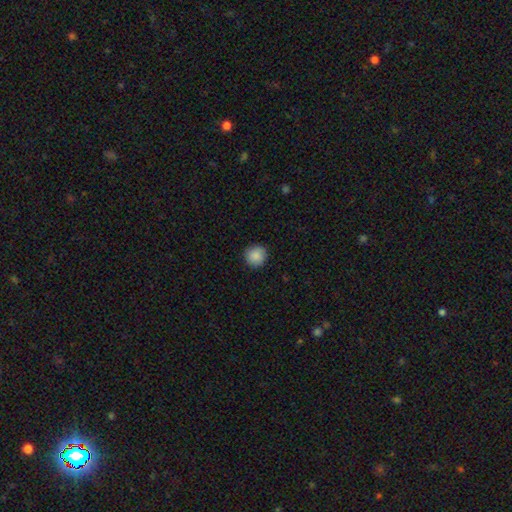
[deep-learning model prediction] Morphology: type=smooth (89%); roundness=round (93%); merging=none (90%).